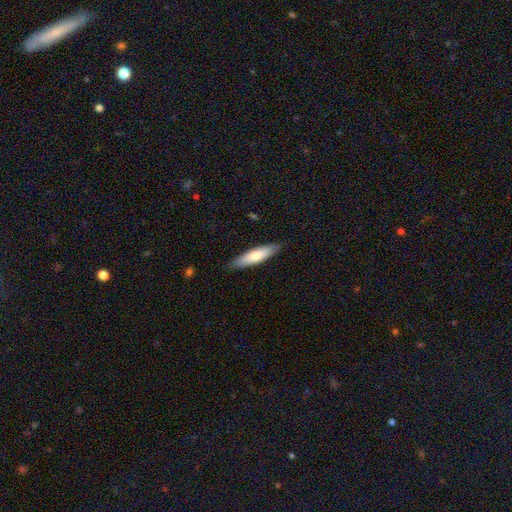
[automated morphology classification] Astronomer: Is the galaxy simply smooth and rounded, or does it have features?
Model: smooth — 69%.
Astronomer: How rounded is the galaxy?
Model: cigar-shaped — 69%.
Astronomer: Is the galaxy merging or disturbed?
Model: none — 86%.